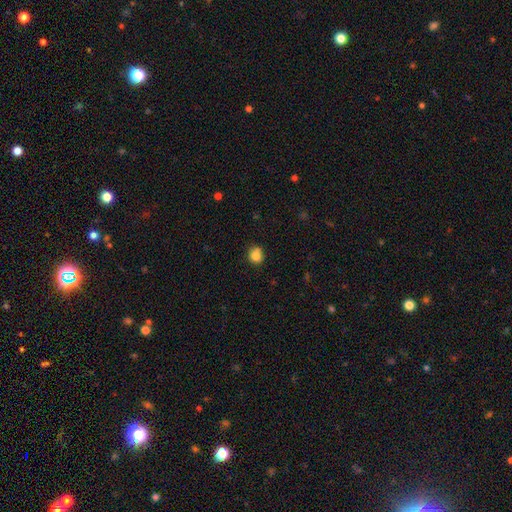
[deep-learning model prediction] Smooth or featured? smooth (81%)
How rounded? round (81%)
Merging? none (70%)